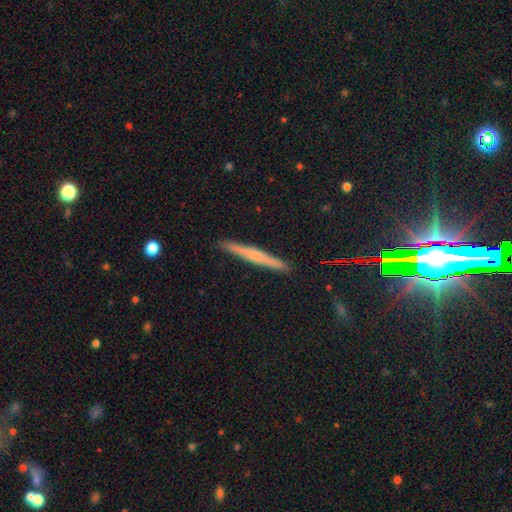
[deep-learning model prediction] Smooth or featured? featured or disk (51%)
Edge-on disk? yes (97%)
Merging? none (92%)